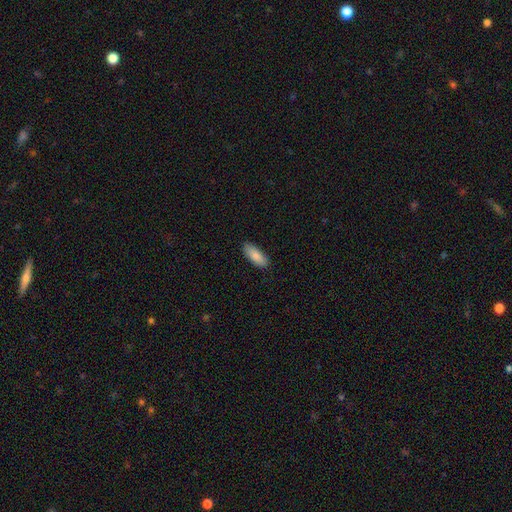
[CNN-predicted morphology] Smooth or featured? smooth (89%)
How rounded? in between (76%)
Merging? none (86%)